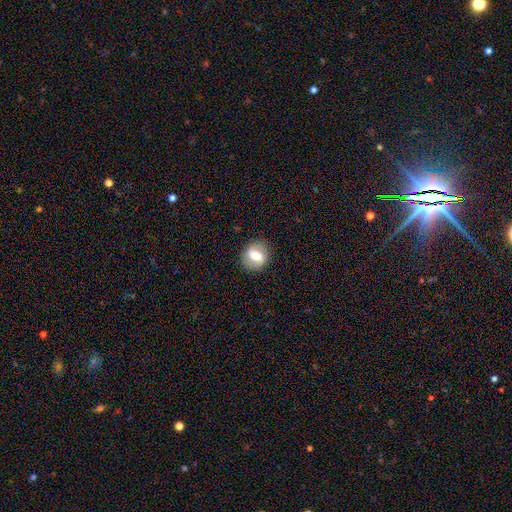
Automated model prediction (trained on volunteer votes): featured or disk 46% (tied), smooth 46% (tied), star or artifact 8%. Down the decision tree: merging — none (86%).